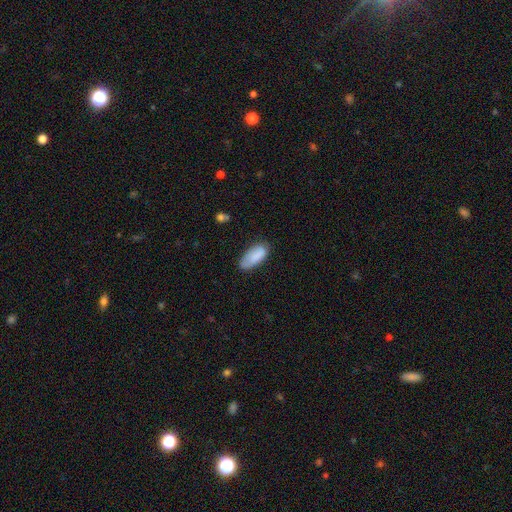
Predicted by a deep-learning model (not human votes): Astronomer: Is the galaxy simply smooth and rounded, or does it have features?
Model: smooth — 85%.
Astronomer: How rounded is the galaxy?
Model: in between — 86%.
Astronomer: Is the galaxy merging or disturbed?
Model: none — 66%.